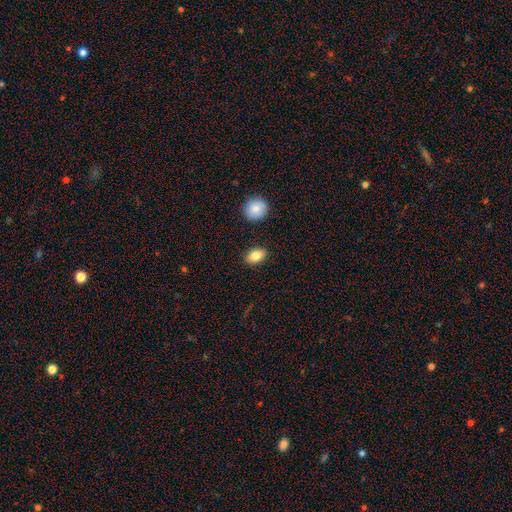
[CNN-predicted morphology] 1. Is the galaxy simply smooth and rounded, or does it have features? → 84% smooth, 8% featured or disk, 8% star or artifact.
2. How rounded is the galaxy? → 83% in between, 15% round, 2% cigar-shaped.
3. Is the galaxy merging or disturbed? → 87% none, 8% minor disturbance, 2% major disturbance, 2% merger.